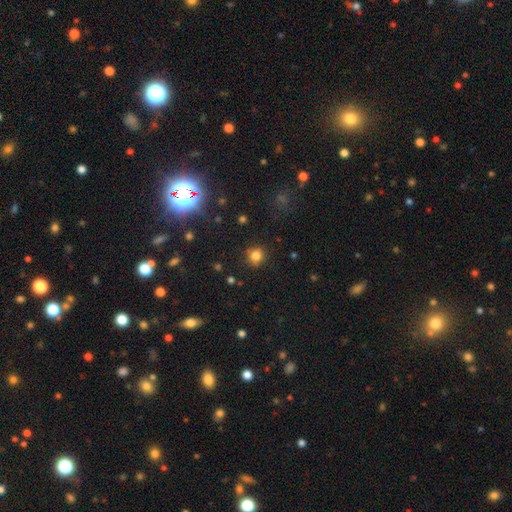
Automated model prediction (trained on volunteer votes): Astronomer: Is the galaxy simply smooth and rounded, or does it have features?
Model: smooth — 80%.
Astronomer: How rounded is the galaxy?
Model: round — 85%.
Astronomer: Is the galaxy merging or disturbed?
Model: none — 84%.